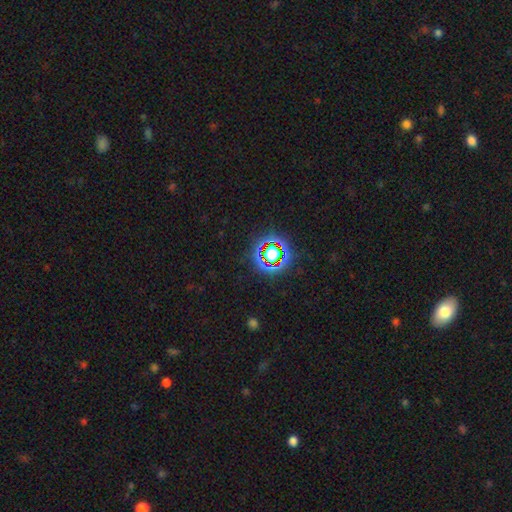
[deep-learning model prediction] A star or artifact, not a galaxy (76%).